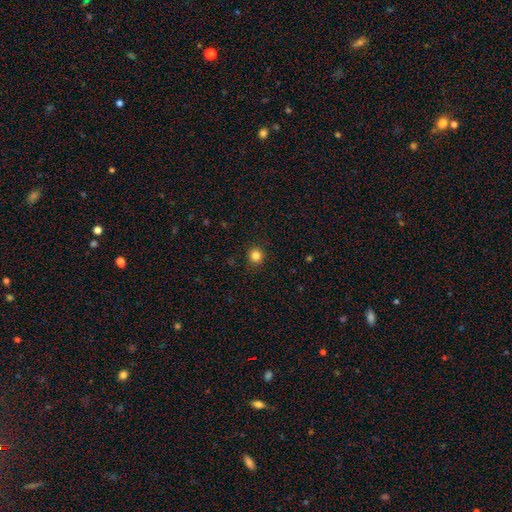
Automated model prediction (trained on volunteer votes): This appears to be a smooth galaxy with no disk features (84%) that is round (93%). Merging: none (91%).